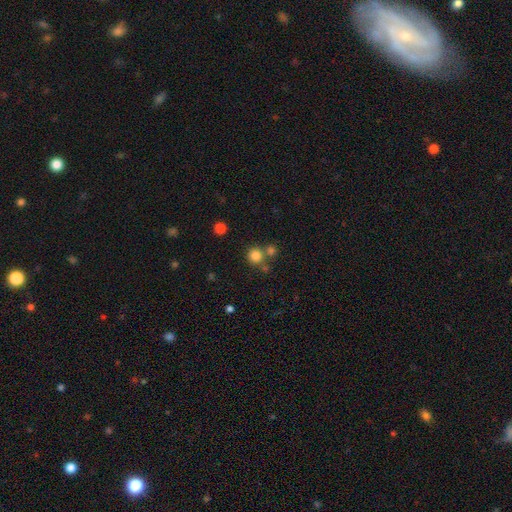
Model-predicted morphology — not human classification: Smooth or featured? smooth (80%)
How rounded? round (93%)
Merging? none (69%)